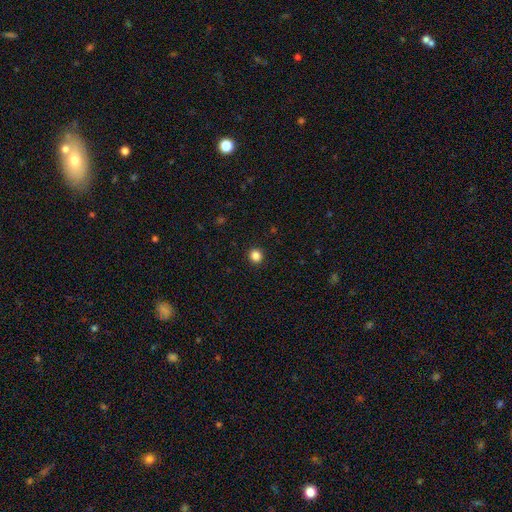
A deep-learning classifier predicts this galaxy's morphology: The model was most divided on "smooth or featured": smooth: 86%, star or artifact: 11%, featured or disk: 3%. More confident: merging — none (93%); how rounded — round (92%).